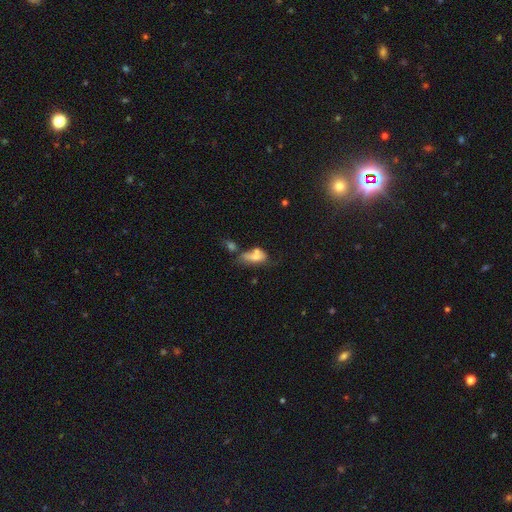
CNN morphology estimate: Smooth or featured?
  - smooth: 64% *
  - featured or disk: 25%
  - star or artifact: 11%
How rounded?
  - in between: 81% *
  - cigar-shaped: 12%
  - round: 7%
Merging?
  - merger: 38% *
  - none: 25%
  - major disturbance: 19%
  - minor disturbance: 18%